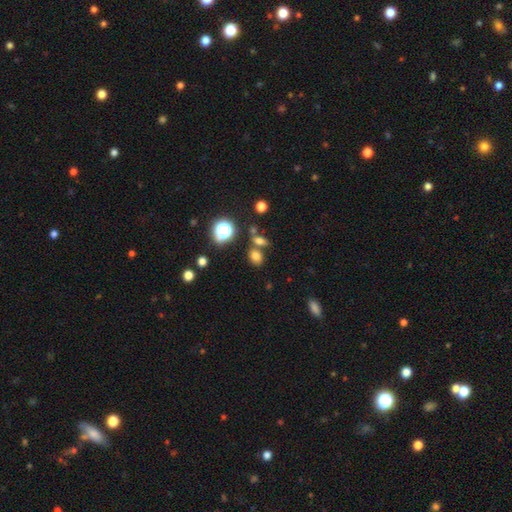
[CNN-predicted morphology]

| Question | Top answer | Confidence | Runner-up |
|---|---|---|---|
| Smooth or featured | smooth | 71% | star or artifact (20%) |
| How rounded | in between | 59% | round (39%) |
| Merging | none | 62% | merger (23%) |